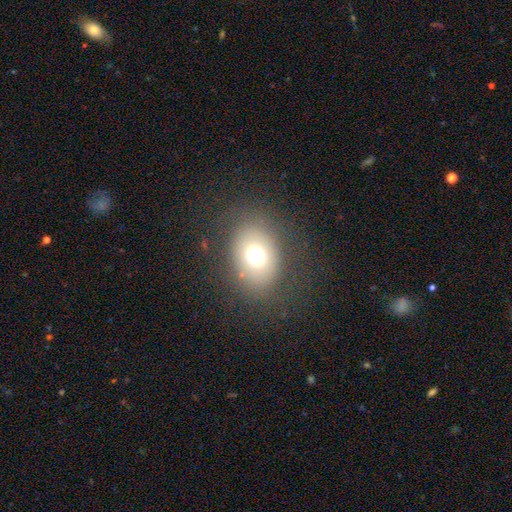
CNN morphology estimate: type=smooth (67%); roundness=in between (51%); merging=none (79%).